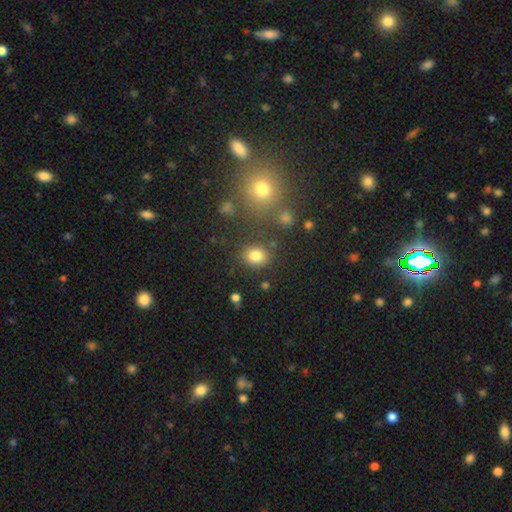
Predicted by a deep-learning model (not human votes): smooth_or_featured: smooth (p=0.81) [alt: star or artifact p=0.13]
how_rounded: round (p=0.58) [alt: in between p=0.41]
merging: none (p=0.80) [alt: minor disturbance p=0.10]